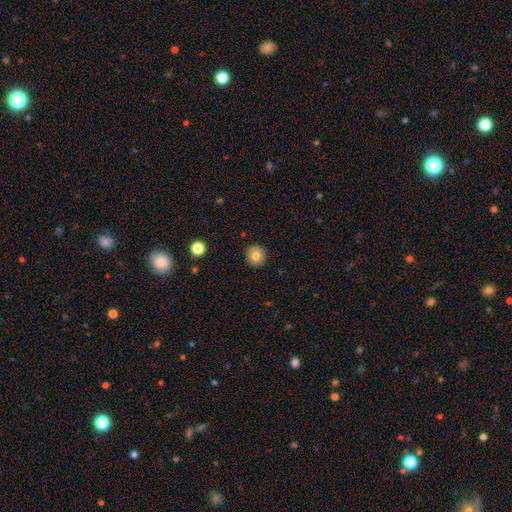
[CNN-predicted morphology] Smooth or featured? smooth (78%)
How rounded? round (87%)
Merging? none (90%)